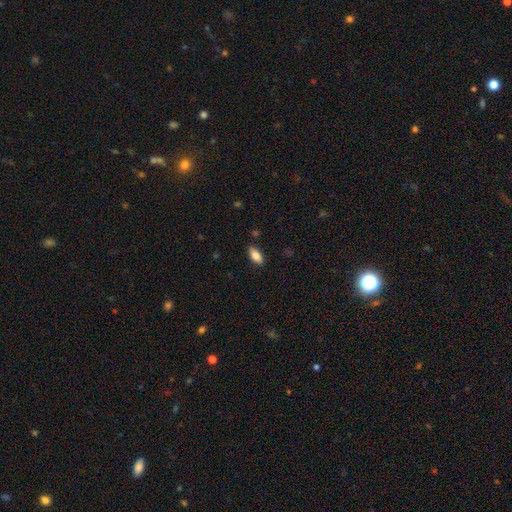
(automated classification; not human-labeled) Morphology: type=smooth (84%); roundness=in between (87%); merging=none (87%).